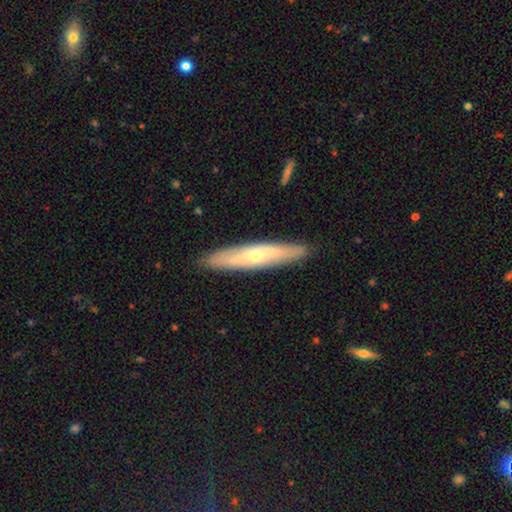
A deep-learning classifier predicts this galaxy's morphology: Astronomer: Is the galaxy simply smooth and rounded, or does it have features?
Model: featured or disk — 56% (runner-up: smooth, 38%).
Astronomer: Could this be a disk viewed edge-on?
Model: yes — 76%.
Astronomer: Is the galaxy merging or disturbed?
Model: none — 89%.